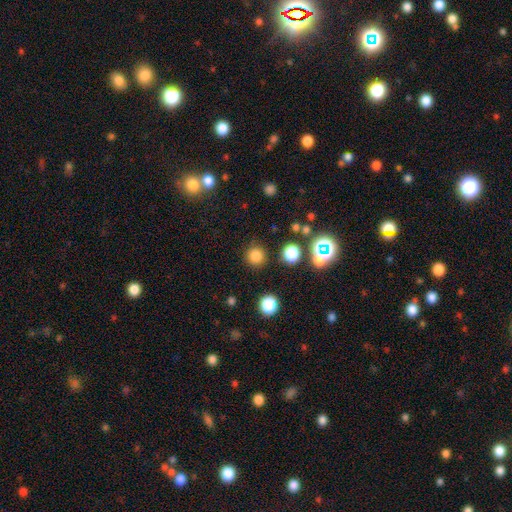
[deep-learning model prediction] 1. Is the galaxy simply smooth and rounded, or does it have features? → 79% smooth, 16% star or artifact, 5% featured or disk.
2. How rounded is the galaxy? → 93% round, 6% in between, 1% cigar-shaped.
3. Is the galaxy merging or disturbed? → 87% none, 7% minor disturbance, 3% major disturbance, 3% merger.